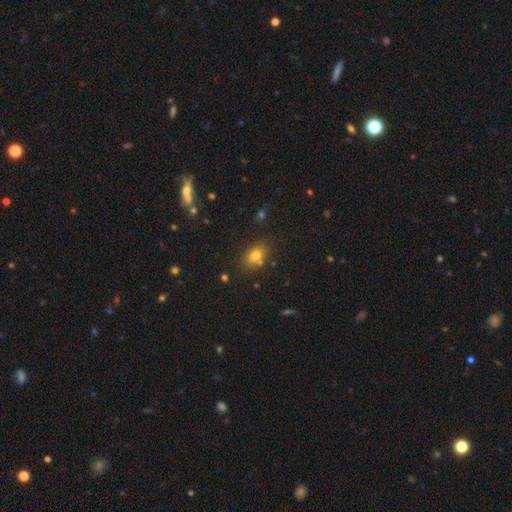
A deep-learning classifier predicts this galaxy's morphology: Smooth or featured: smooth — 76% (star or artifact — 14%)
How rounded: in between — 77% (round — 21%)
Merging: none — 72% (minor disturbance — 13%)